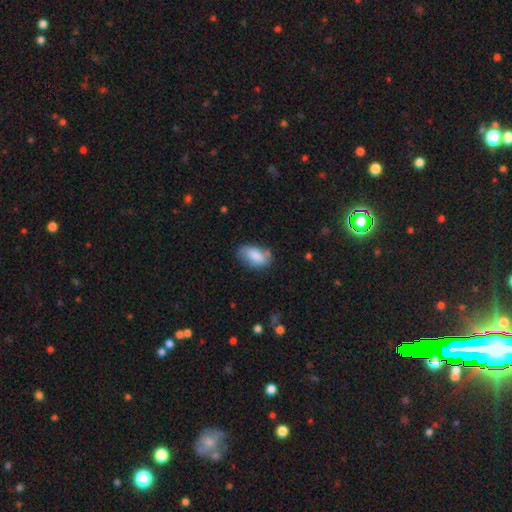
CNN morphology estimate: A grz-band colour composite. It shows a smooth galaxy with no disk features (80%) that is in between round and cigar-shaped (92%). Merging: none (62%).